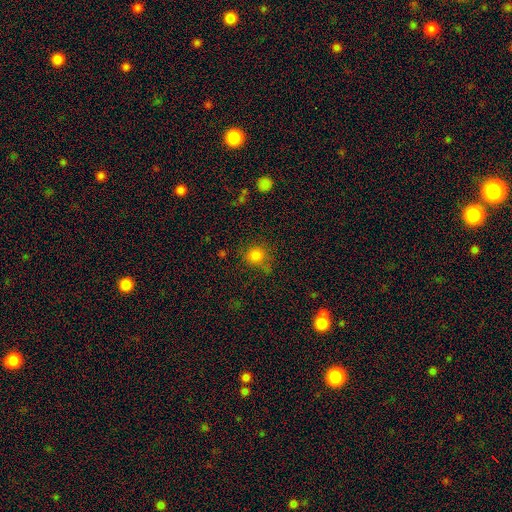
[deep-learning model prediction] Q: Smooth or featured?
A: smooth (80%); runner-up: star or artifact (14%)
Q: How rounded?
A: round (87%); runner-up: in between (12%)
Q: Merging?
A: none (67%); runner-up: minor disturbance (17%)